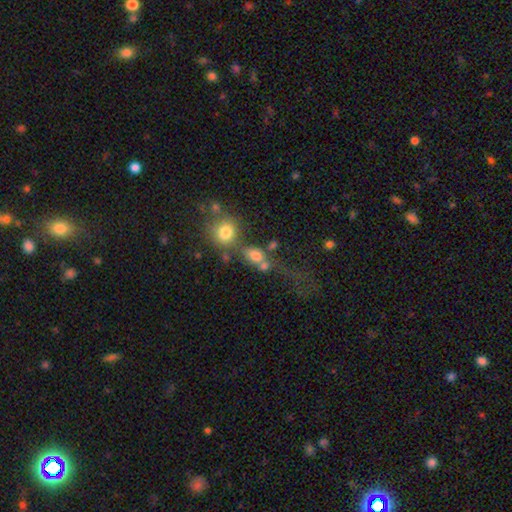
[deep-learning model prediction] smooth 71%, featured or disk 15%, star or artifact 14%. Down the decision tree: how rounded — in between (53%); merging — merger (37%).